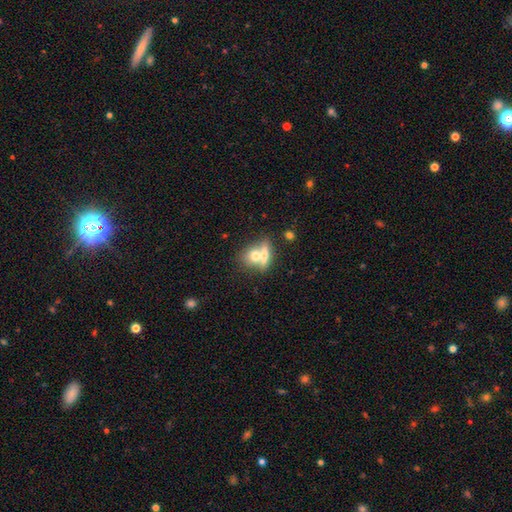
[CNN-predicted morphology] Q: Smooth or featured?
A: smooth (69%); runner-up: featured or disk (23%)
Q: How rounded?
A: round (51%); runner-up: in between (40%)
Q: Merging?
A: merger (57%); runner-up: none (31%)